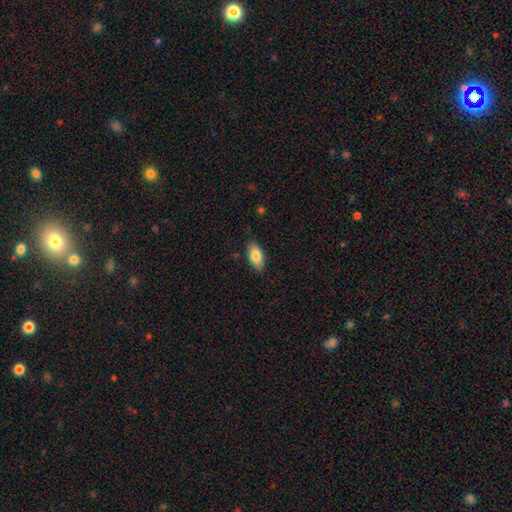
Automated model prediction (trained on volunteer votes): Q: Smooth or featured?
A: smooth (83%); runner-up: featured or disk (11%)
Q: How rounded?
A: in between (89%); runner-up: cigar-shaped (9%)
Q: Merging?
A: none (86%); runner-up: minor disturbance (11%)